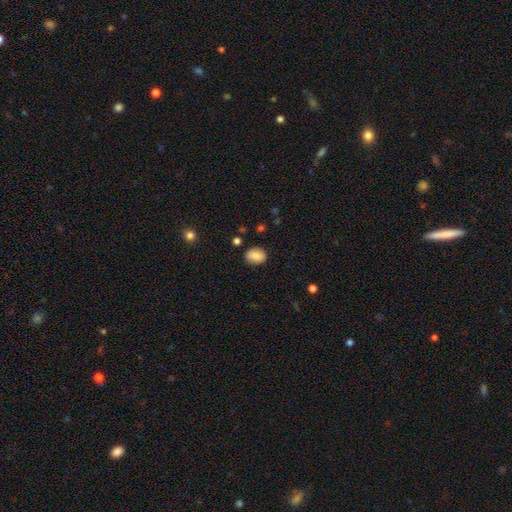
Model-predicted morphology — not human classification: Overall: smooth (83%). How rounded: in between (70%). Merging: none (84%).